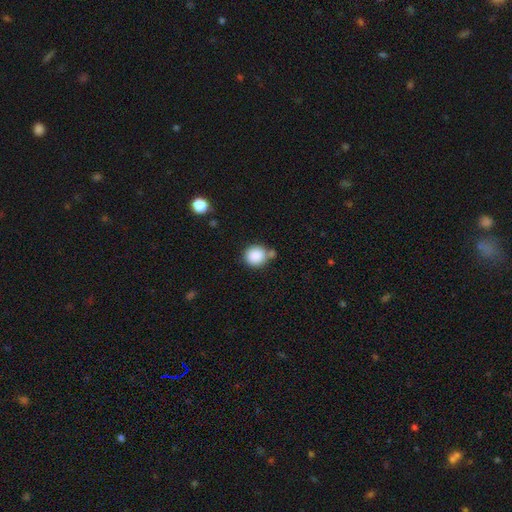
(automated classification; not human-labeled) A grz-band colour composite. It shows a smooth galaxy with no disk features (87%) that is round (88%). Merging: none (64%).